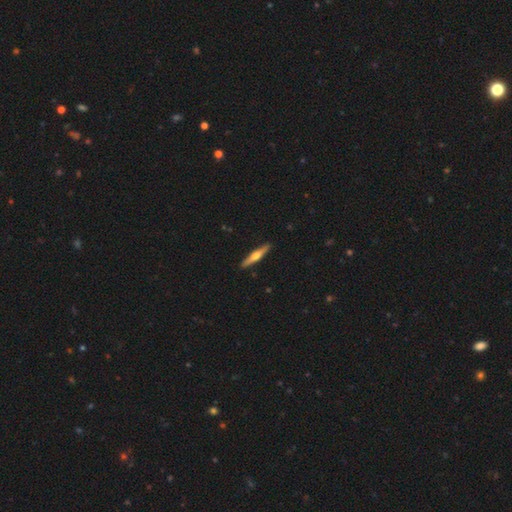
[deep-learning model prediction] A featured or disk galaxy (58%) viewed edge-on (96%) with a rounded central bulge (91%).

Vote fractions:
- Smooth or featured? featured or disk: 58% / smooth: 37% / star or artifact: 5%
- Edge-on disk? yes: 96% / no: 4%
- Edge-on bulge? rounded: 91% / none: 6% / boxy: 3%
- Merging? none: 91% / minor disturbance: 6% / major disturbance: 1% / merger: 1%